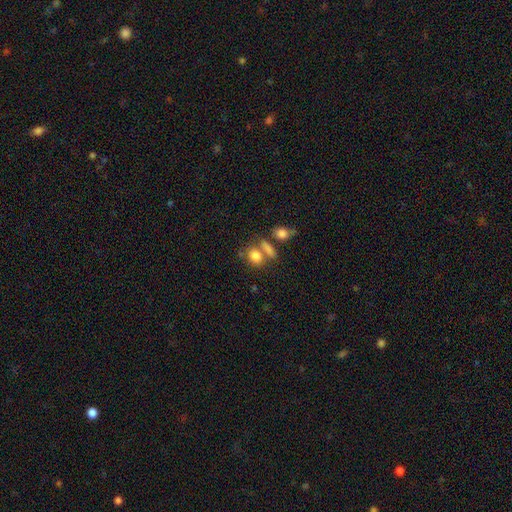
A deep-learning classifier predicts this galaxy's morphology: smooth_or_featured: smooth (p=0.80) [alt: star or artifact p=0.11]
how_rounded: in between (p=0.52) [alt: round p=0.45]
merging: none (p=0.47) [alt: merger p=0.34]